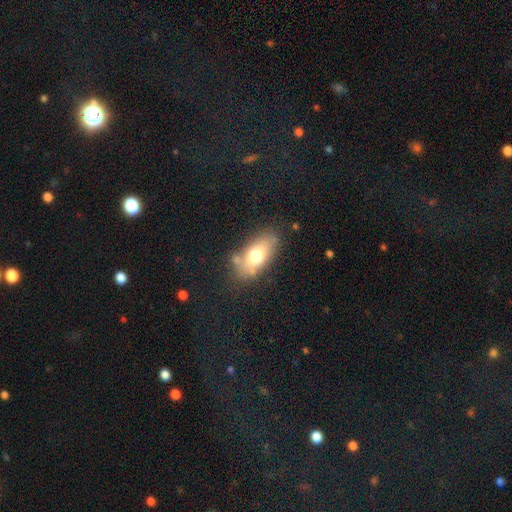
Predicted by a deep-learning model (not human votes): A smooth galaxy with no disk features (69%) that is in between round and cigar-shaped (87%). Merging: none (70%).